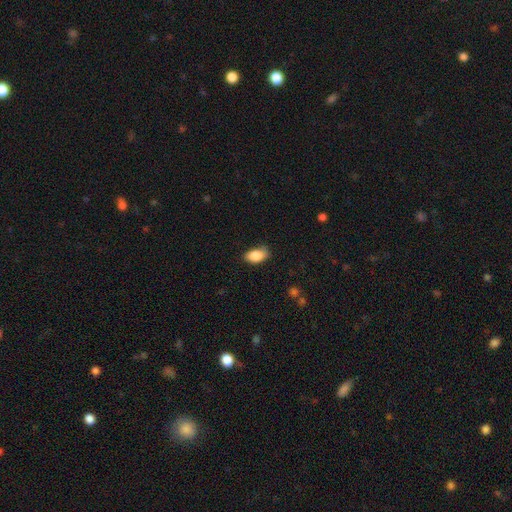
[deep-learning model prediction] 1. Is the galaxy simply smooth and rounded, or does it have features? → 86% smooth, 7% star or artifact, 7% featured or disk.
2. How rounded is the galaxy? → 92% in between, 6% round, 2% cigar-shaped.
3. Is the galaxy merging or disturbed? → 71% none, 23% minor disturbance, 4% major disturbance, 1% merger.